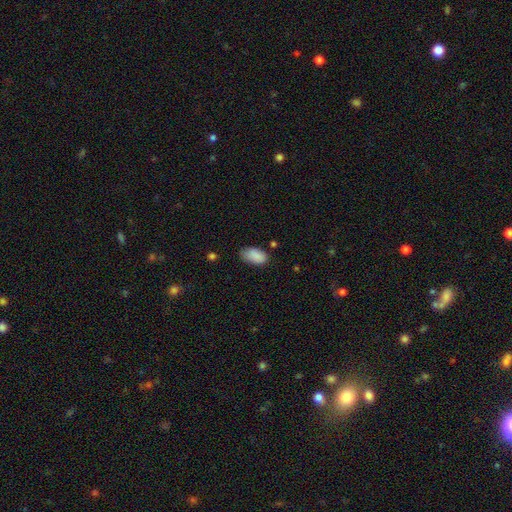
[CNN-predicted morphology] Smooth or featured? smooth (87%)
How rounded? in between (94%)
Merging? none (68%)